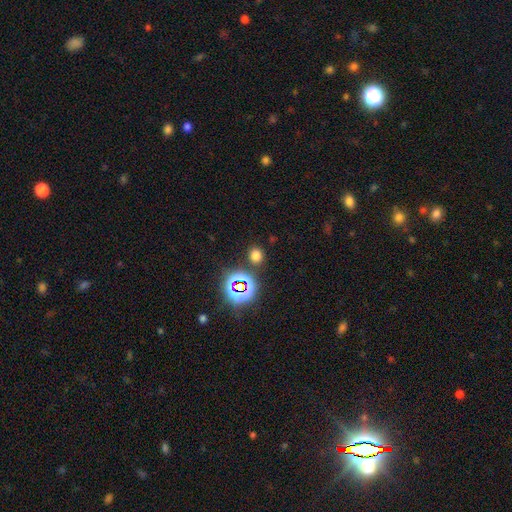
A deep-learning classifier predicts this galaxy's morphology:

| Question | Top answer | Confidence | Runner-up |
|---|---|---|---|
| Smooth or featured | smooth | 68% | star or artifact (26%) |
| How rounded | round | 78% | in between (21%) |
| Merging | none | 86% | minor disturbance (7%) |